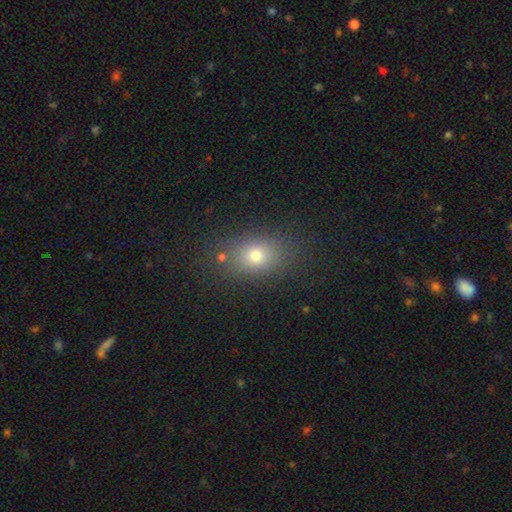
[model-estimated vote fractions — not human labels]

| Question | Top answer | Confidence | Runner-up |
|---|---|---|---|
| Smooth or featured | smooth | 72% | star or artifact (16%) |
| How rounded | in between | 64% | round (34%) |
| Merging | none | 80% | minor disturbance (12%) |